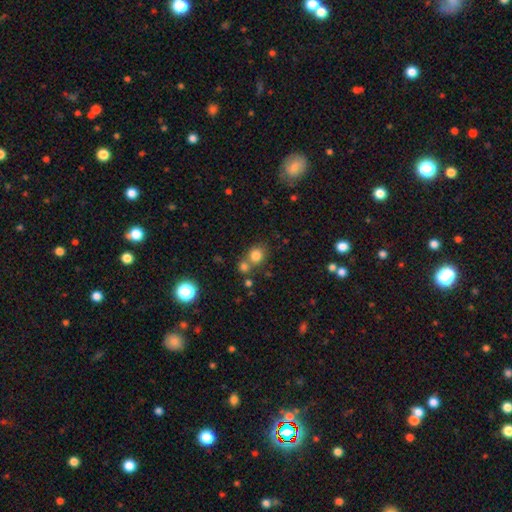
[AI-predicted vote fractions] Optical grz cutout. It shows a smooth galaxy with no disk features (79%) that is round (79%). Merging: none (57%).